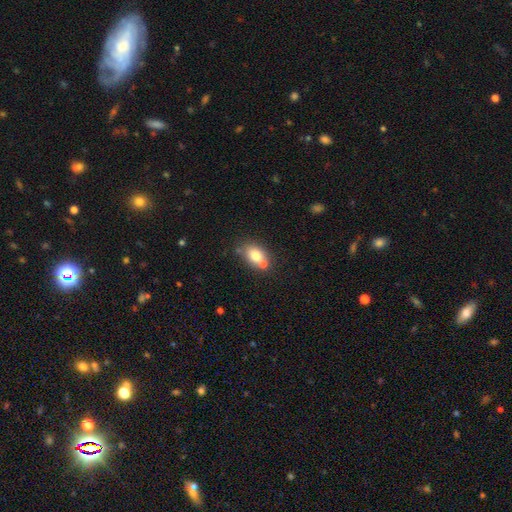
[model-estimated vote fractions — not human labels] smooth-or-featured: smooth: 75% | featured or disk: 16% | star or artifact: 10%
  how-rounded: in between: 66% | round: 32% | cigar-shaped: 1%
  merging: none: 52% | merger: 32% | minor disturbance: 12% | major disturbance: 4%